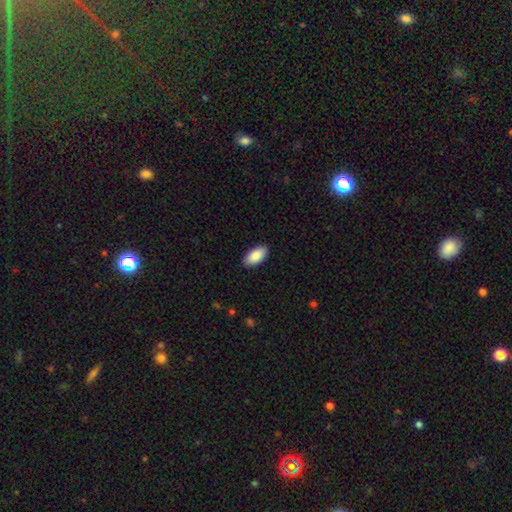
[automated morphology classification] Overall: smooth (89%). How rounded: in between (95%). Merging: none (90%).